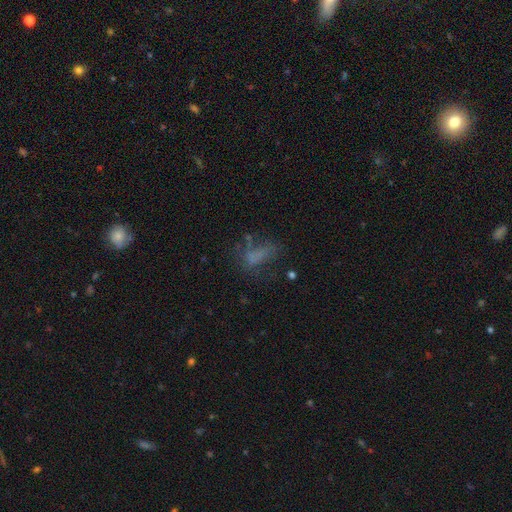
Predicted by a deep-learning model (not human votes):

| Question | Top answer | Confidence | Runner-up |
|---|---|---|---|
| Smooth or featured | smooth | 54% | featured or disk (26%) |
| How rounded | in between | 76% | cigar-shaped (15%) |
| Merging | none | 40% | major disturbance (31%) |